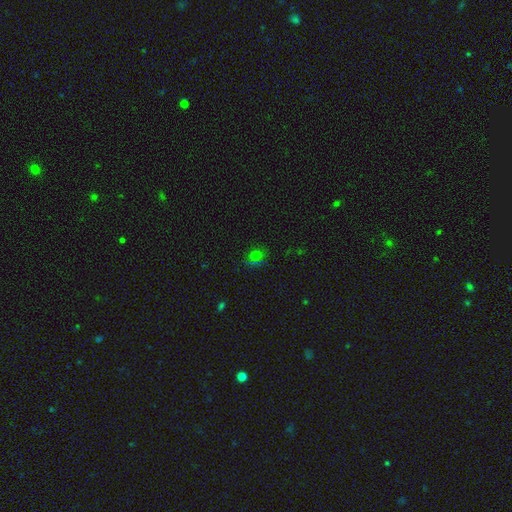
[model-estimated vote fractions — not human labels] smooth-or-featured: smooth: 60% | star or artifact: 28% | featured or disk: 12%
  how-rounded: round: 74% | in between: 25% | cigar-shaped: 1%
  merging: none: 68% | minor disturbance: 19% | major disturbance: 10% | merger: 4%